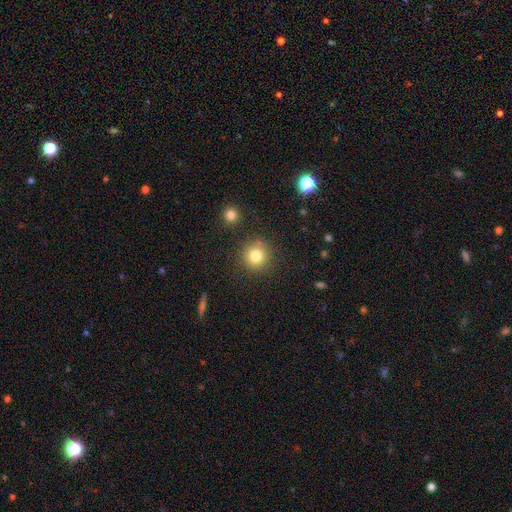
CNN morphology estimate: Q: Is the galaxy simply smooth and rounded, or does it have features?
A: smooth — 81%.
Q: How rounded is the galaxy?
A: round — 93%.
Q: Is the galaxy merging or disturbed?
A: none — 83%.